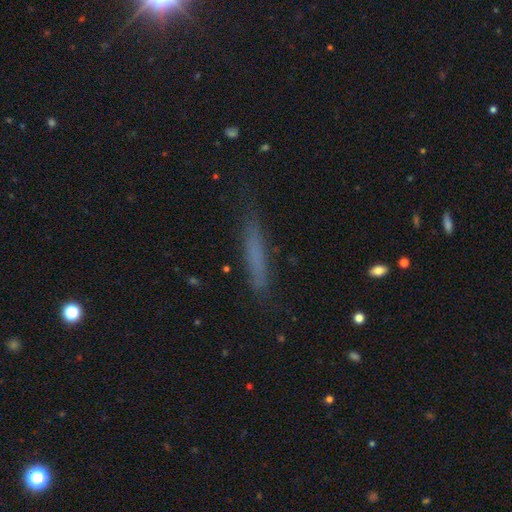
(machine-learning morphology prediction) Overall: smooth (66%). How rounded: cigar-shaped (92%). Merging: none (77%).